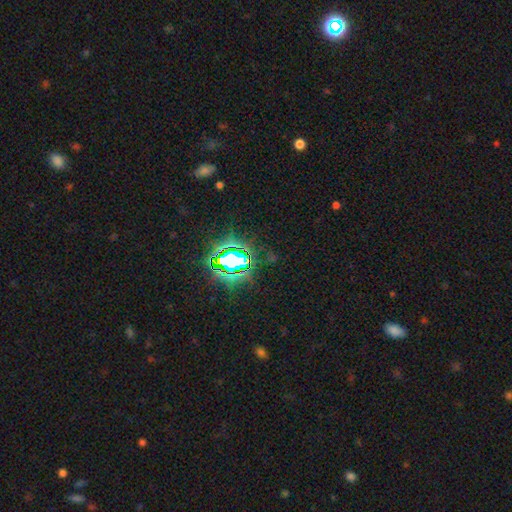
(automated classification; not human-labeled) Morphology: type=star or artifact (82%).